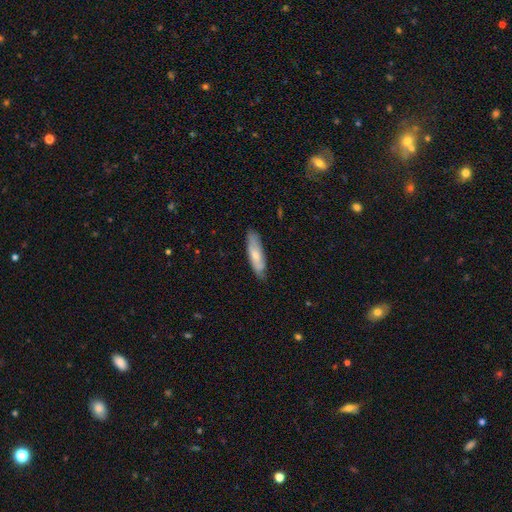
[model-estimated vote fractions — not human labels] A smooth galaxy with no disk features (61%) that is cigar-shaped (56%).

Vote fractions:
- Smooth or featured? smooth: 61% / featured or disk: 33% / star or artifact: 6%
- How rounded? cigar-shaped: 56% / in between: 43% / round: 2%
- Merging? none: 77% / minor disturbance: 18% / major disturbance: 3% / merger: 1%